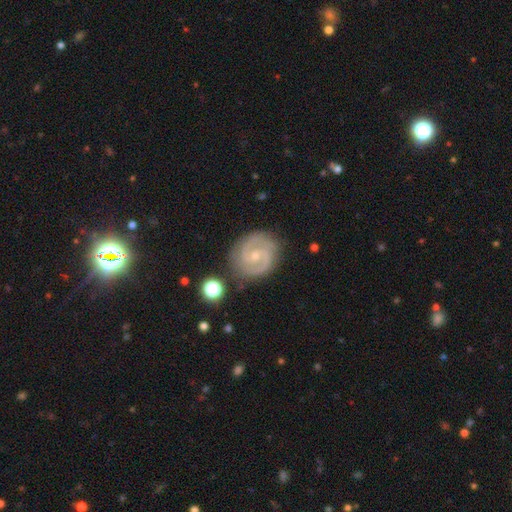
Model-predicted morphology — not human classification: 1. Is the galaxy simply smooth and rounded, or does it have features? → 88% featured or disk, 7% smooth, 5% star or artifact.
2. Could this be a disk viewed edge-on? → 98% no, 2% yes.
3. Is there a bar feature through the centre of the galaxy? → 47% no, 43% weak, 10% strong.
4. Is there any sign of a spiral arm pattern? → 98% yes, 2% no.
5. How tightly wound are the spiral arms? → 51% tight, 43% medium, 6% loose.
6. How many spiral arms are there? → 89% 2, 4% can't tell, 3% 3, 1% 1, 1% 4, 1% more than 4.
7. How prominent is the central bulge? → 64% small, 31% moderate, 3% none, 1% large, 1% dominant.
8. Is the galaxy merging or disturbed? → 83% none, 12% minor disturbance, 3% major disturbance, 2% merger.